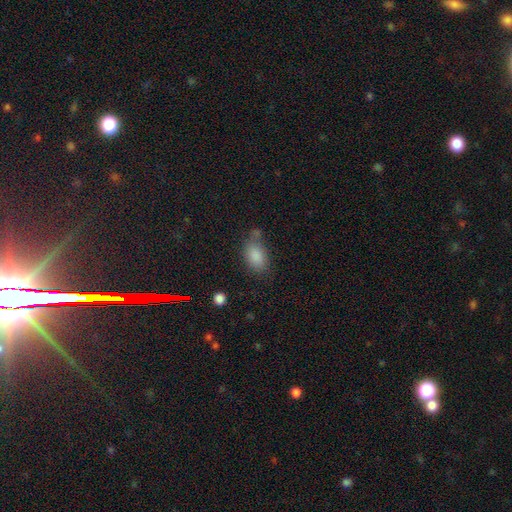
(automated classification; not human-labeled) Smooth or featured: smooth — 85% (star or artifact — 9%)
How rounded: in between — 88% (round — 10%)
Merging: none — 58% (minor disturbance — 23%)